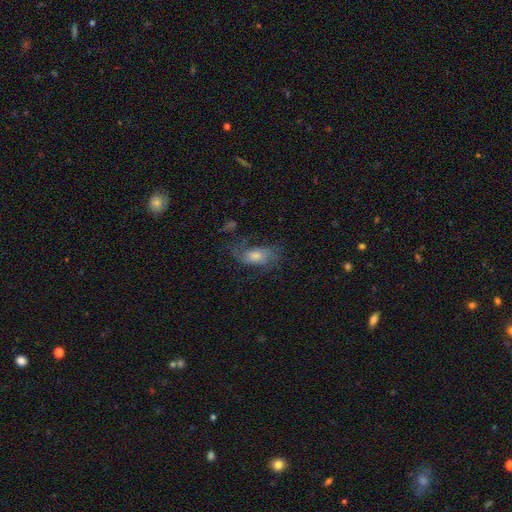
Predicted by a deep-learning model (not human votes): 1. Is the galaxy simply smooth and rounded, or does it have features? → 58% featured or disk, 29% smooth, 13% star or artifact.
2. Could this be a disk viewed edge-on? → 91% no, 9% yes.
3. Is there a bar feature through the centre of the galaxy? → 67% no, 27% weak, 6% strong.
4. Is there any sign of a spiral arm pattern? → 80% yes, 20% no.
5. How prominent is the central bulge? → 51% moderate, 30% small, 12% large, 5% none, 2% dominant.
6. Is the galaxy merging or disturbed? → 51% none, 25% major disturbance, 21% minor disturbance, 3% merger.